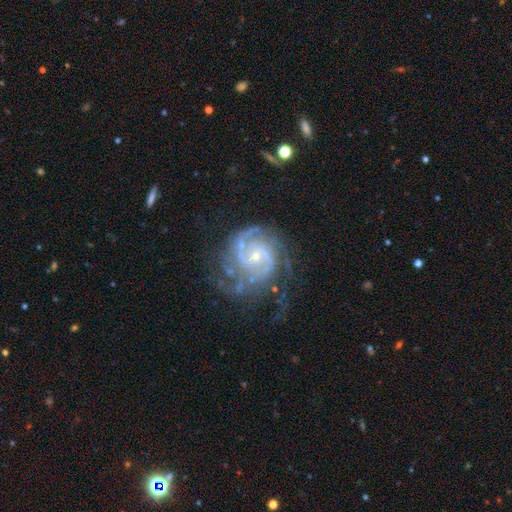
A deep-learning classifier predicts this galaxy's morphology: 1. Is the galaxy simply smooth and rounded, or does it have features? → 90% featured or disk, 6% star or artifact, 4% smooth.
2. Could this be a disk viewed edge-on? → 98% no, 2% yes.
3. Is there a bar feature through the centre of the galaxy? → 63% no, 29% weak, 8% strong.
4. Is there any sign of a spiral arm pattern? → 98% yes, 2% no.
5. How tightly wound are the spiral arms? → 57% tight, 37% medium, 7% loose.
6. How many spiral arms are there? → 47% 2, 20% 3, 16% can't tell, 7% 4, 5% 1, 5% more than 4.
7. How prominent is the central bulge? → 73% small, 24% moderate, 2% none, 1% large, 1% dominant.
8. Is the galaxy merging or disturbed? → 61% none, 22% minor disturbance, 15% major disturbance, 2% merger.